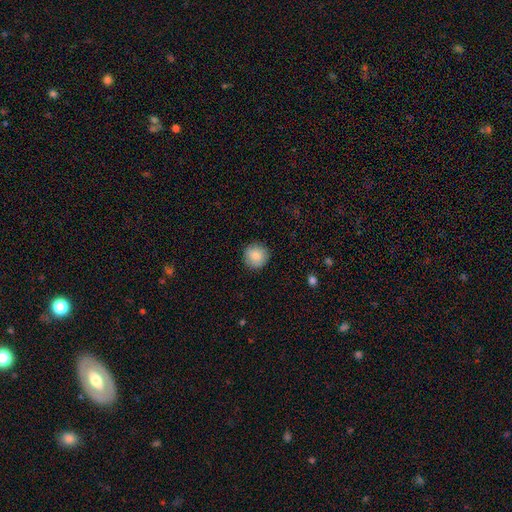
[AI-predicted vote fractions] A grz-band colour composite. It shows a smooth galaxy with no disk features (86%) that is round (94%). Merging: none (90%).